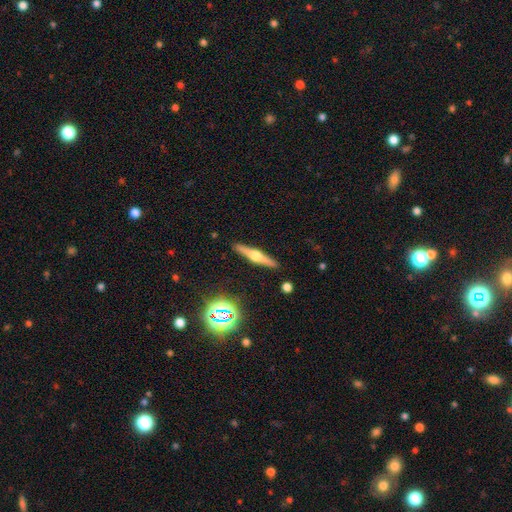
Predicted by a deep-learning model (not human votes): This appears to be a featured or disk galaxy (69%) viewed edge-on (97%) with a rounded central bulge (94%). Merging: none (91%).